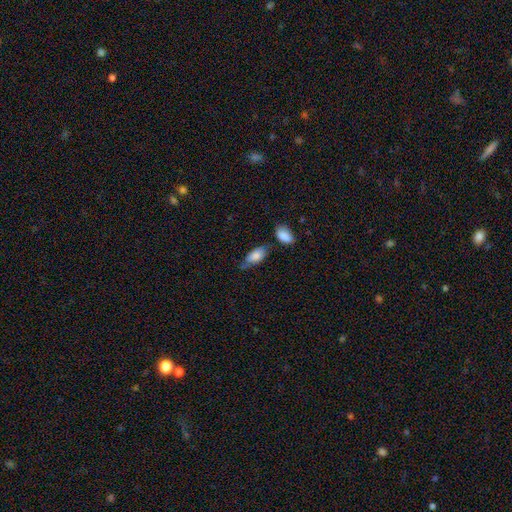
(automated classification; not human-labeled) Morphology: type=smooth (80%); roundness=in between (88%); merging=none (47%).